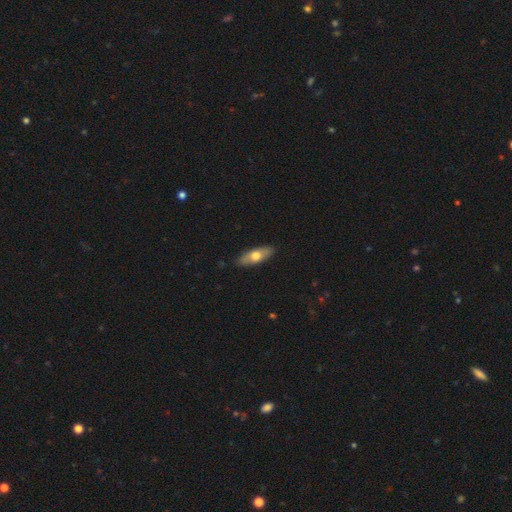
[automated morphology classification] Smooth or featured: smooth — 62% (featured or disk — 33%)
How rounded: in between — 66% (cigar-shaped — 32%)
Merging: none — 88% (minor disturbance — 9%)